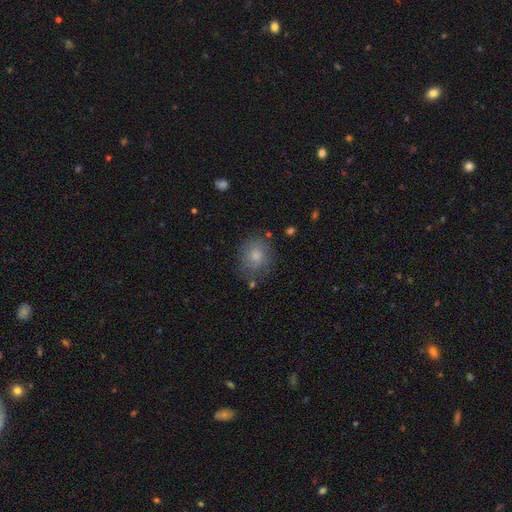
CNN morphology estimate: smooth-or-featured: smooth: 75% | featured or disk: 15% | star or artifact: 10%
  how-rounded: round: 70% | in between: 29% | cigar-shaped: 1%
  merging: none: 70% | minor disturbance: 19% | major disturbance: 7% | merger: 4%